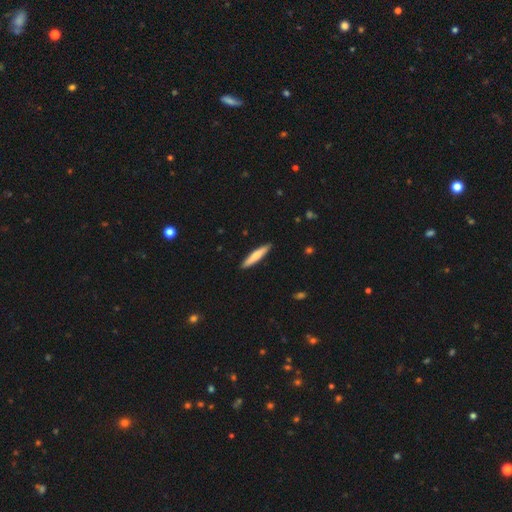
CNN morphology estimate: Smooth or featured? Predicted: smooth (p=0.69). How rounded? Predicted: cigar-shaped (p=0.90). Merging? Predicted: none (p=0.91).